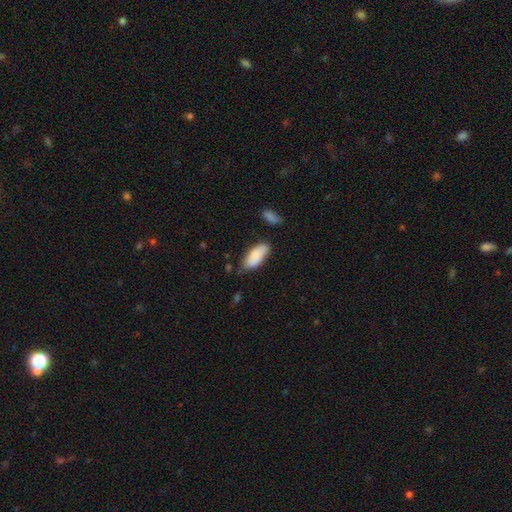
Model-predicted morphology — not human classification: smooth 84%, featured or disk 10%, star or artifact 6%. Down the decision tree: how rounded — in between (86%); merging — none (69%).